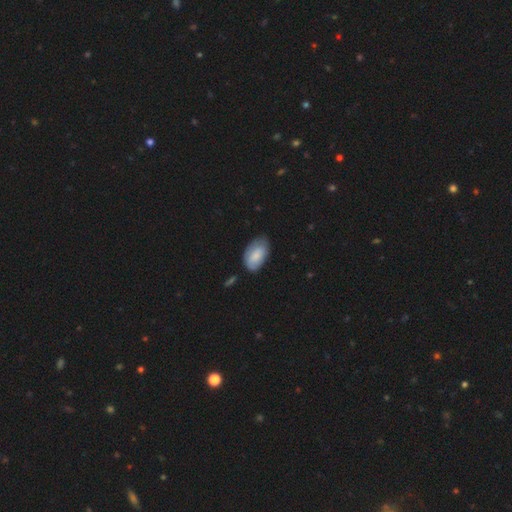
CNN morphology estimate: smooth_or_featured: smooth (p=0.79) [alt: featured or disk p=0.15]
how_rounded: in between (p=0.94) [alt: round p=0.04]
merging: none (p=0.65) [alt: minor disturbance p=0.28]